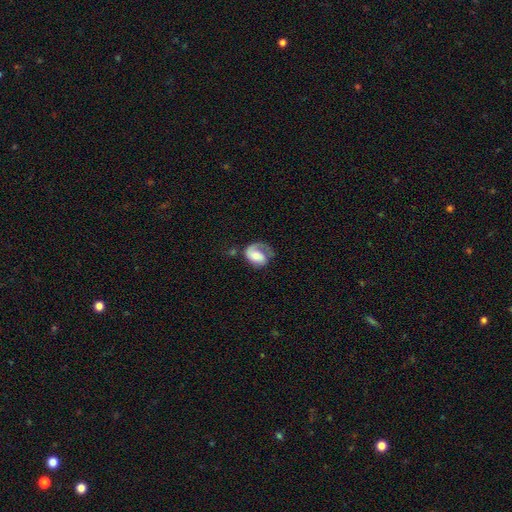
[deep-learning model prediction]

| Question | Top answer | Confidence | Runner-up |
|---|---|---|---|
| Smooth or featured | featured or disk | 59% | smooth (35%) |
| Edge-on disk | no | 97% | yes (3%) |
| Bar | no | 63% | weak (28%) |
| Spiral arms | yes | 85% | no (15%) |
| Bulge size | moderate | 45% | small (34%) |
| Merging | none | 38% | major disturbance (34%) |